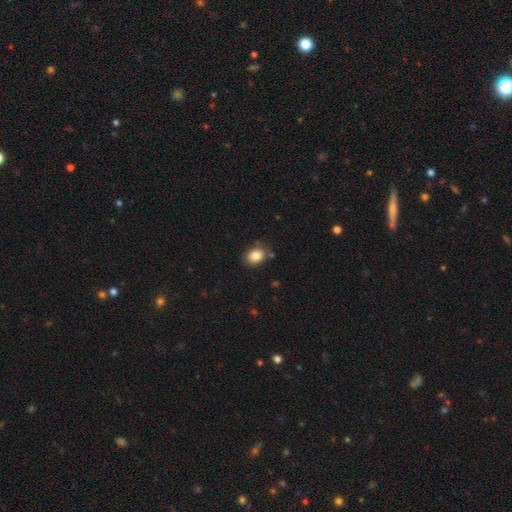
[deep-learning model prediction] Smooth or featured: smooth — 84% (star or artifact — 9%)
How rounded: in between — 62% (round — 37%)
Merging: none — 78% (minor disturbance — 15%)